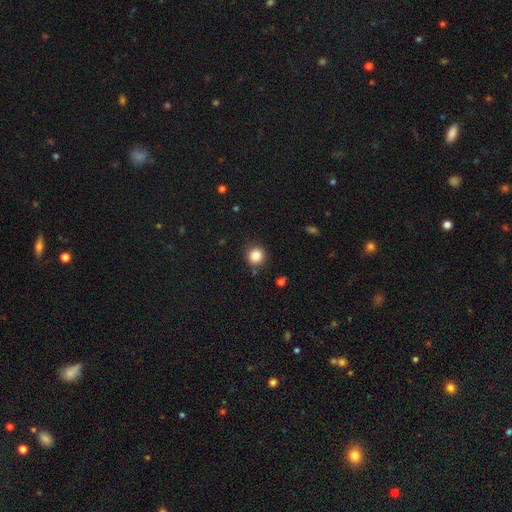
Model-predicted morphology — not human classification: smooth 85%, star or artifact 11%, featured or disk 4%. Down the decision tree: how rounded — round (93%); merging — none (88%).